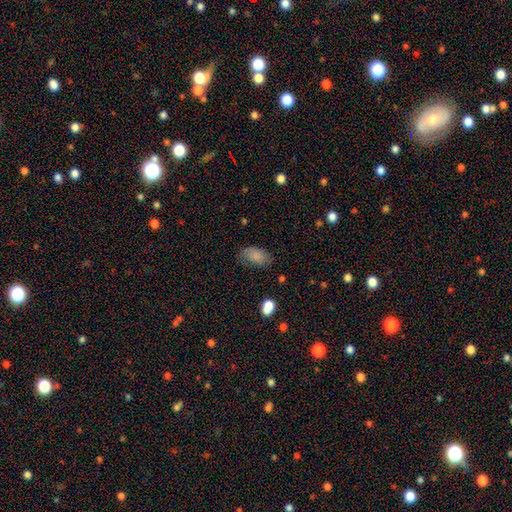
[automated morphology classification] smooth 82%, featured or disk 10%, star or artifact 9%. Down the decision tree: how rounded — in between (91%); merging — none (64%).